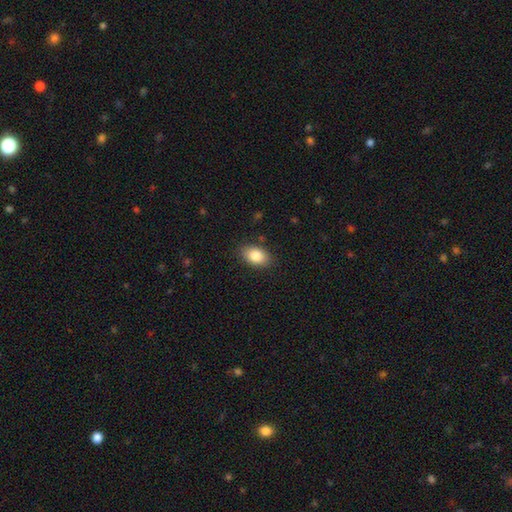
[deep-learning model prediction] This appears to be a smooth galaxy with no disk features (84%) that is in between round and cigar-shaped (87%). Merging: none (86%).